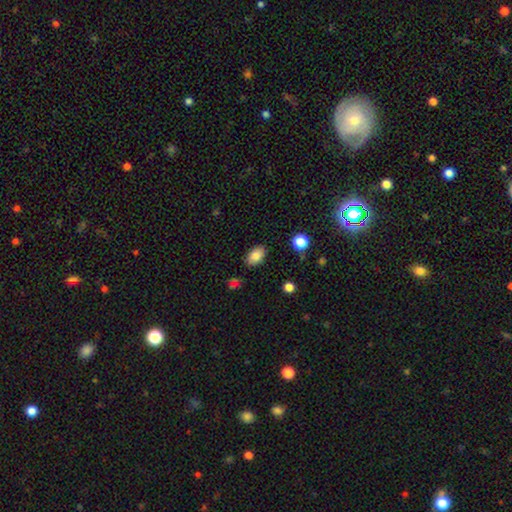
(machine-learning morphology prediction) Smooth or featured?
  - smooth: 84% *
  - star or artifact: 9%
  - featured or disk: 8%
How rounded?
  - in between: 89% *
  - round: 10%
  - cigar-shaped: 2%
Merging?
  - none: 84% *
  - minor disturbance: 11%
  - major disturbance: 3%
  - merger: 2%